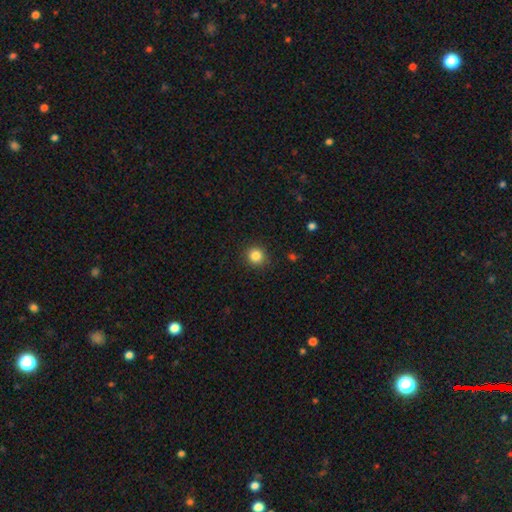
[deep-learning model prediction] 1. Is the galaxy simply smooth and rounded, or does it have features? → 84% smooth, 11% star or artifact, 5% featured or disk.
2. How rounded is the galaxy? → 92% round, 7% in between, 1% cigar-shaped.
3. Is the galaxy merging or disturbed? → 90% none, 7% minor disturbance, 2% major disturbance, 1% merger.